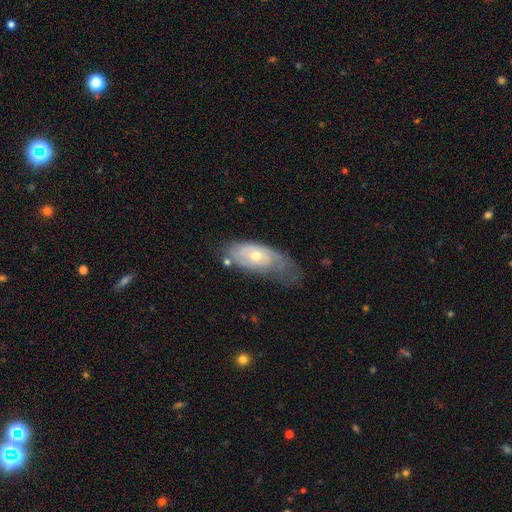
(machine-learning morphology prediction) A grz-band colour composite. It shows a featured or disk galaxy (67%) with no bar (78%), spiral arms (74%) and a moderate central bulge (53%). Merging: none (43%).